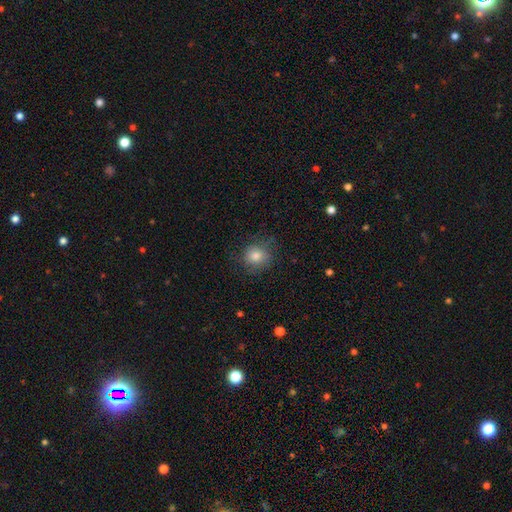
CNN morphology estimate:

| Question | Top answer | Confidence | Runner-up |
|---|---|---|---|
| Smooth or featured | smooth | 78% | featured or disk (11%) |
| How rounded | round | 84% | in between (15%) |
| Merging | none | 75% | minor disturbance (17%) |